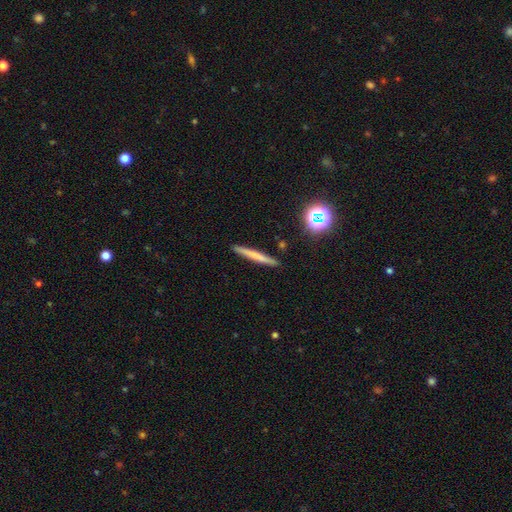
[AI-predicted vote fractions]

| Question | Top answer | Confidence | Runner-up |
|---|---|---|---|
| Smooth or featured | smooth | 59% | featured or disk (32%) |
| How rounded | cigar-shaped | 96% | in between (2%) |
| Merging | none | 91% | minor disturbance (6%) |